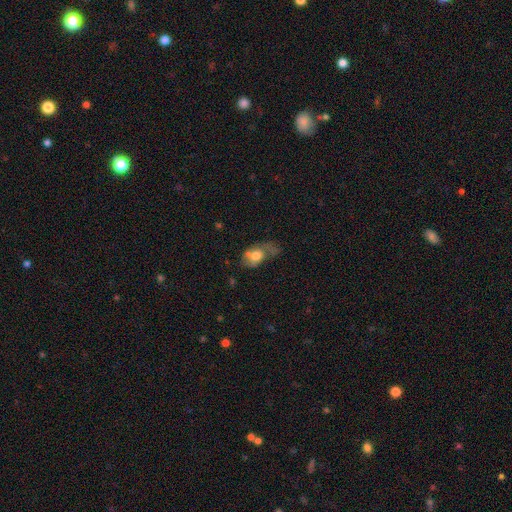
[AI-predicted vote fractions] This is likely a smooth galaxy (61%). How rounded: likely in between (79%). Merging: marginally major disturbance (37%).